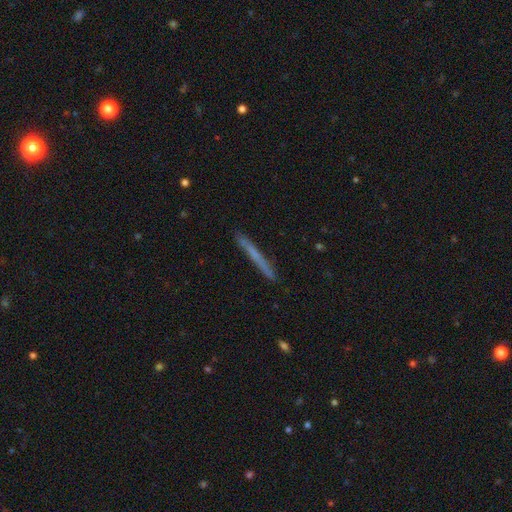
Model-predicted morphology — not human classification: A smooth galaxy with no disk features (52%) that is cigar-shaped (97%). Merging: none (89%).